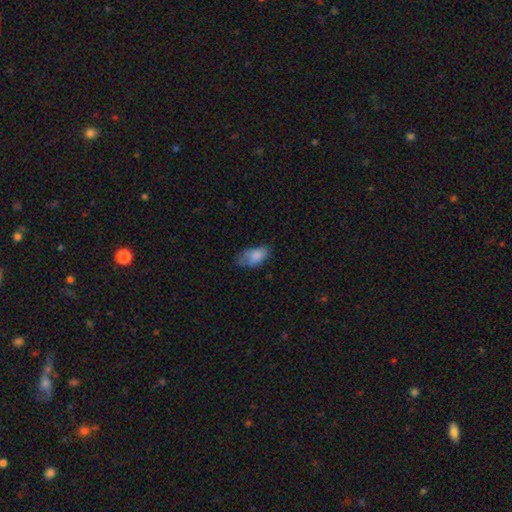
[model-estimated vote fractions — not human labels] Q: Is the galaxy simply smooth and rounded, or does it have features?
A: smooth — 80%.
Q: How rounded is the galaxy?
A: in between — 92%.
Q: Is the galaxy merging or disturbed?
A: none — 45%.